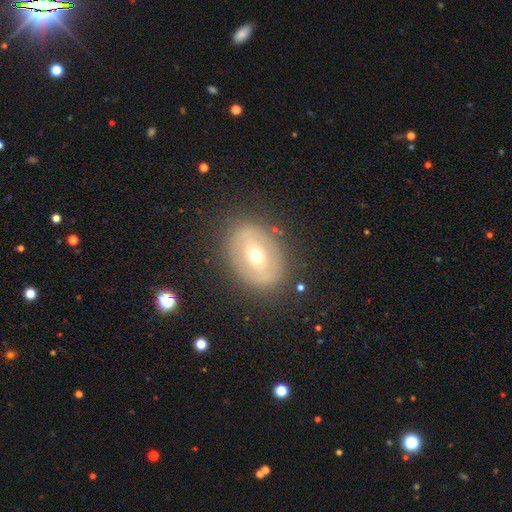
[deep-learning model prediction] Morphology: type=featured or disk (51%); edge-on=no (91%); merging=none (83%).